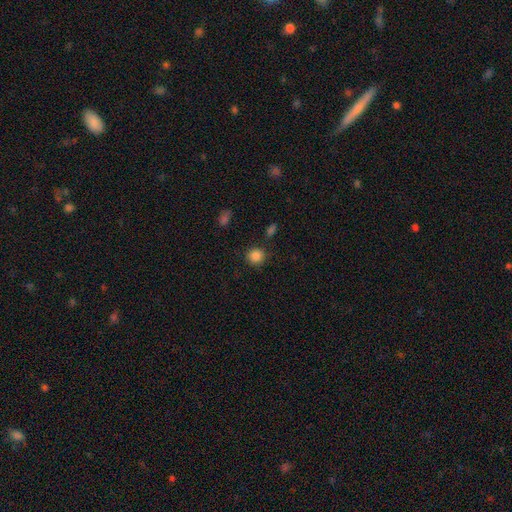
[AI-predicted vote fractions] Smooth or featured? Predicted: smooth (p=0.86). How rounded? Predicted: round (p=0.91). Merging? Predicted: none (p=0.85).